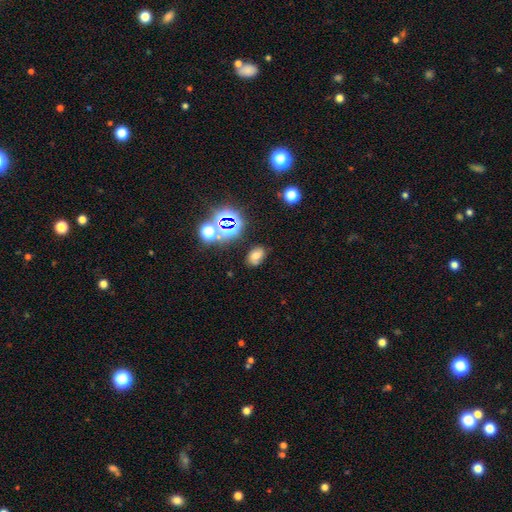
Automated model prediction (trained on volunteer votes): Q: Smooth or featured?
A: smooth (58%); runner-up: star or artifact (25%)
Q: How rounded?
A: in between (78%); runner-up: round (21%)
Q: Merging?
A: none (78%); runner-up: minor disturbance (14%)